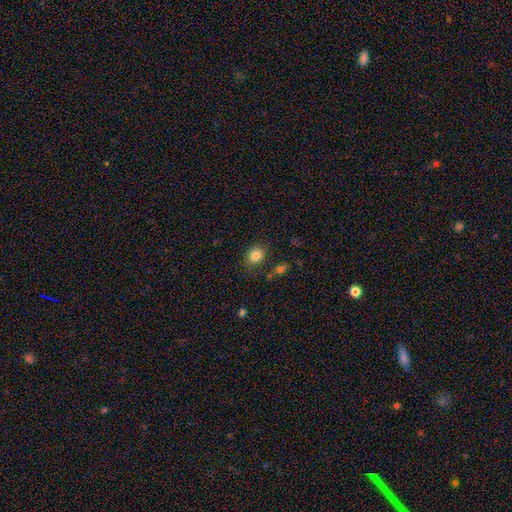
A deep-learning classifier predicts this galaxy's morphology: This appears to be a smooth galaxy with no disk features (83%) that is round (51%). Merging: none (81%).